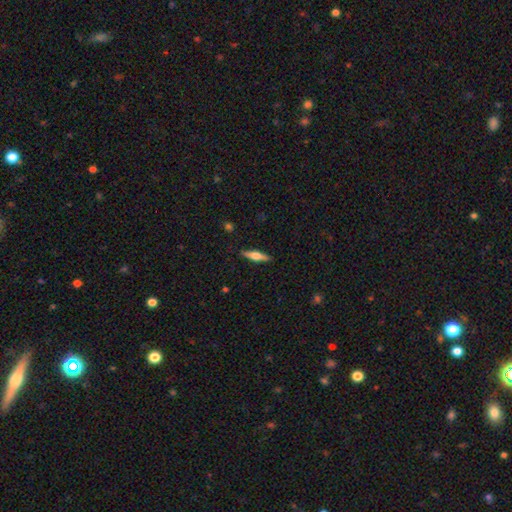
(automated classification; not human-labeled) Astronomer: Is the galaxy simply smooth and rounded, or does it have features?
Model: featured or disk — 54% (runner-up: smooth, 41%).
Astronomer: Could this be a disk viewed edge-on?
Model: yes — 95%.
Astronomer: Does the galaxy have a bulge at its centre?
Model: rounded — 89%.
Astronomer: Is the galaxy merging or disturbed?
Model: none — 89%.